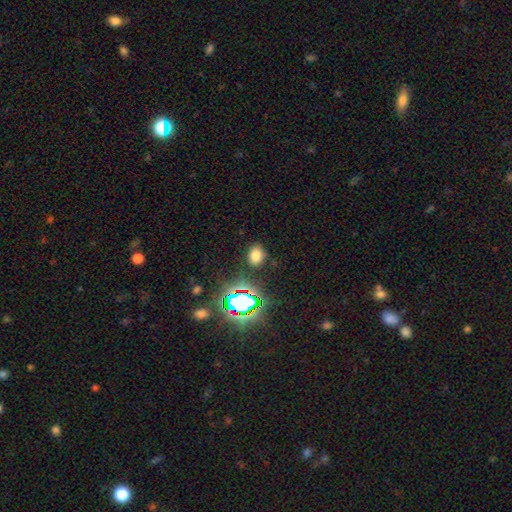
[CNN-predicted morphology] Smooth or featured?
  - smooth: 71% *
  - star or artifact: 22%
  - featured or disk: 7%
How rounded?
  - in between: 57% *
  - round: 42%
  - cigar-shaped: 1%
Merging?
  - none: 84% *
  - minor disturbance: 10%
  - major disturbance: 4%
  - merger: 3%